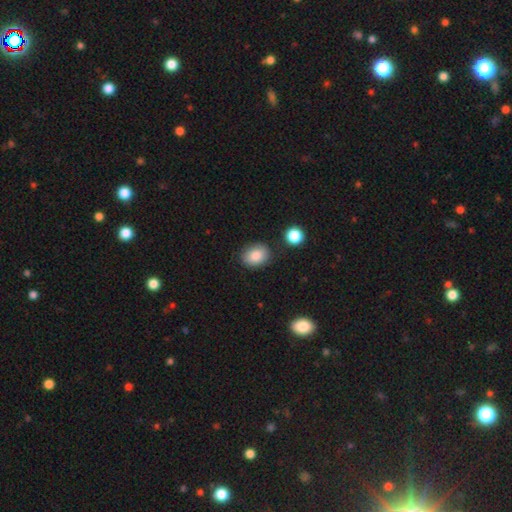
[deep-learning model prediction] A smooth galaxy with no disk features (86%) that is in between round and cigar-shaped (64%).

Vote fractions:
- Smooth or featured? smooth: 86% / star or artifact: 8% / featured or disk: 6%
- How rounded? in between: 64% / round: 35% / cigar-shaped: 1%
- Merging? none: 80% / minor disturbance: 12% / merger: 4% / major disturbance: 3%